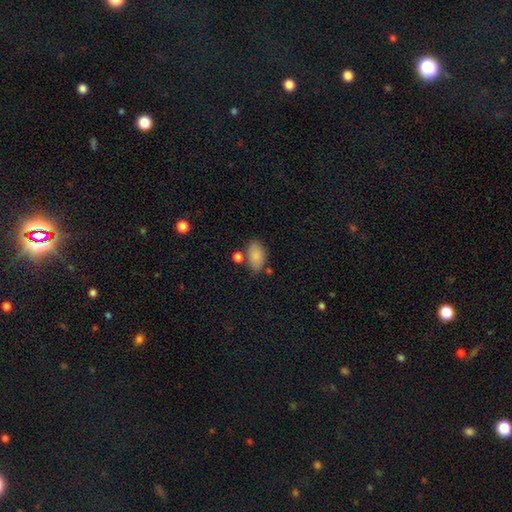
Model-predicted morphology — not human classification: Smooth or featured?
  - smooth: 85% *
  - star or artifact: 8%
  - featured or disk: 7%
How rounded?
  - in between: 91% *
  - round: 7%
  - cigar-shaped: 2%
Merging?
  - none: 62% *
  - minor disturbance: 20%
  - merger: 13%
  - major disturbance: 6%